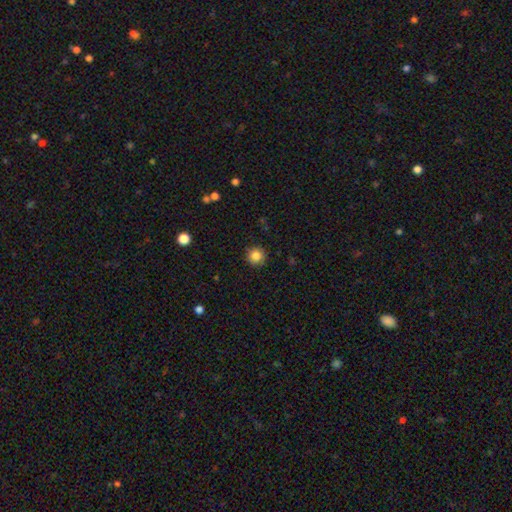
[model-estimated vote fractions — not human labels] Morphology: type=smooth (84%); roundness=round (95%); merging=none (92%).